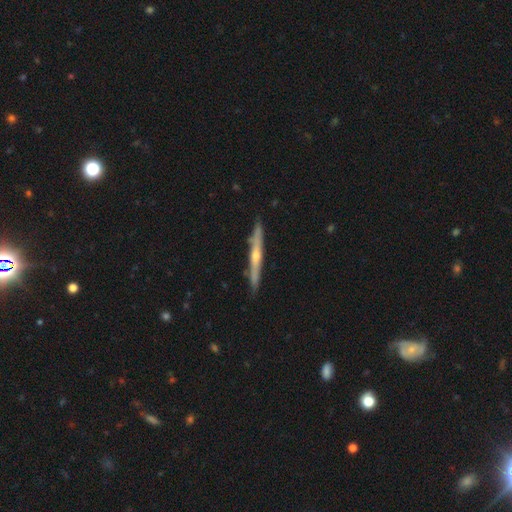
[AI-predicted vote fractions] A featured or disk galaxy (69%) viewed edge-on (96%) with a rounded central bulge (73%). Merging: none (87%).